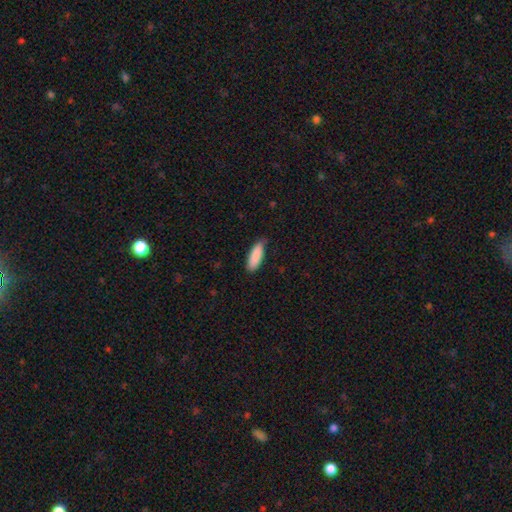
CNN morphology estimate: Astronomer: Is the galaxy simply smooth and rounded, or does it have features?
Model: smooth — 89%.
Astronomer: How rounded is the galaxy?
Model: in between — 56% (runner-up: cigar-shaped, 43%).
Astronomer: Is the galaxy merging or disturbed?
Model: none — 79%.